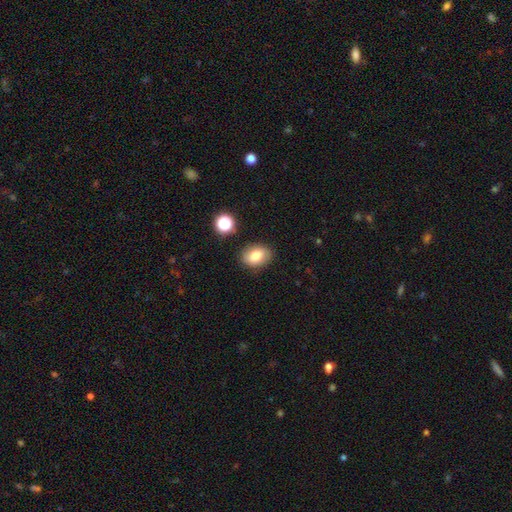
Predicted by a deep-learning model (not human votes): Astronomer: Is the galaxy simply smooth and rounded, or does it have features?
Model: smooth — 78%.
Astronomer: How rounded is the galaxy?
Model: in between — 71%.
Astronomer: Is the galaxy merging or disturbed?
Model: none — 85%.